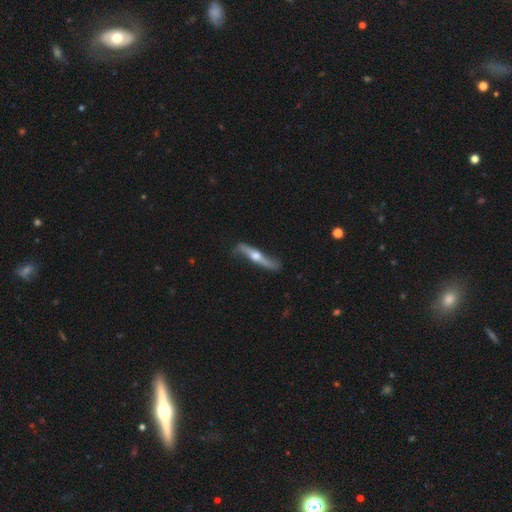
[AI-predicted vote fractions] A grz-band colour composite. It shows a featured or disk galaxy (79%) viewed edge-on (76%) with a rounded central bulge (92%). Merging: none (74%).